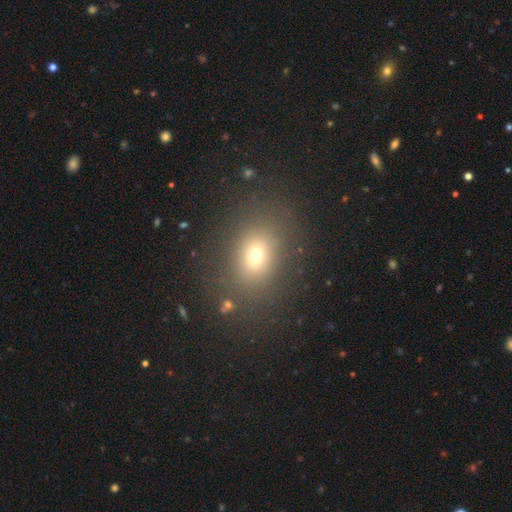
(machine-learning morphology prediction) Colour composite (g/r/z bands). It shows a smooth galaxy with no disk features (68%) that is in between round and cigar-shaped (52%). Merging: none (81%).